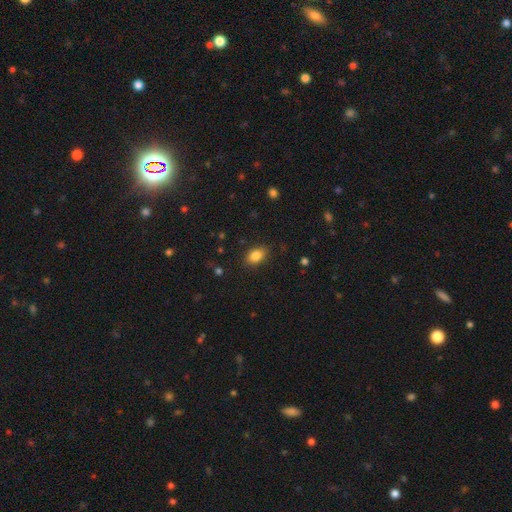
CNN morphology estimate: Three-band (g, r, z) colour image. It shows a smooth galaxy with no disk features (85%) that is in between round and cigar-shaped (85%). Merging: none (85%).